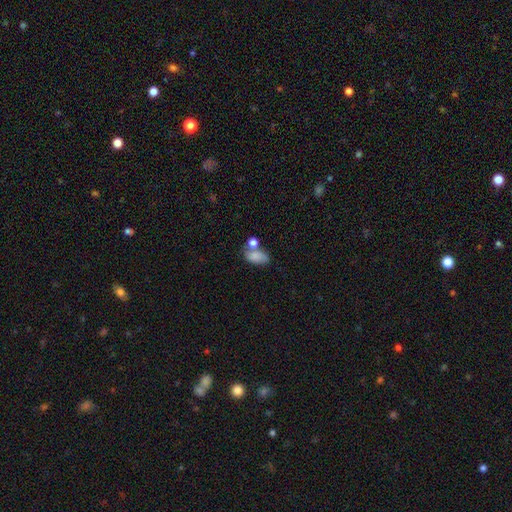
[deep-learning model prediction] A smooth galaxy with no disk features (78%) that is in between round and cigar-shaped (88%).

Vote fractions:
- Smooth or featured? smooth: 78% / featured or disk: 12% / star or artifact: 9%
- How rounded? in between: 88% / round: 10% / cigar-shaped: 2%
- Merging? none: 40% / merger: 33% / minor disturbance: 18% / major disturbance: 9%